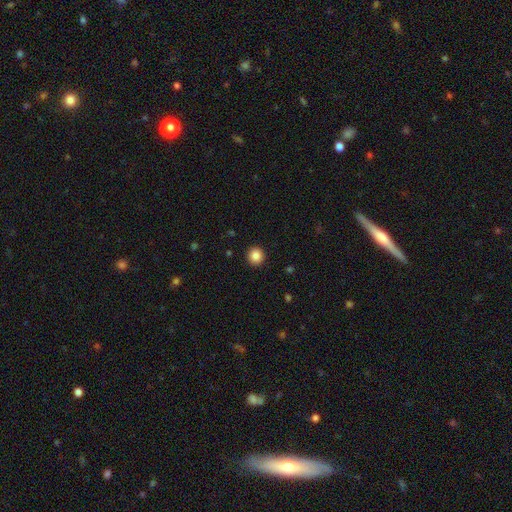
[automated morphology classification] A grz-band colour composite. It shows a smooth galaxy with no disk features (86%) that is round (94%). Merging: none (93%).